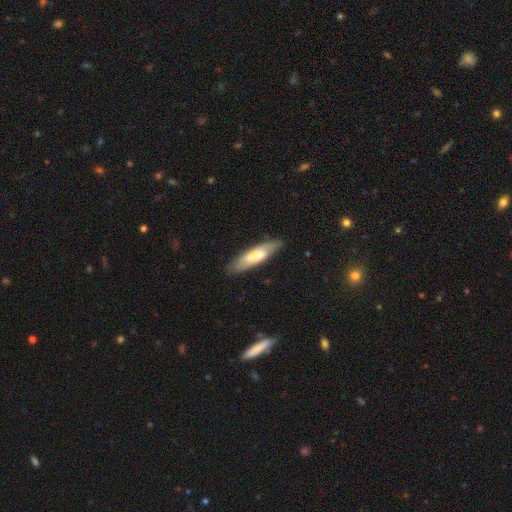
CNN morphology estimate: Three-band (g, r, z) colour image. It shows a smooth galaxy with no disk features (66%) that is cigar-shaped (64%). Merging: none (83%).